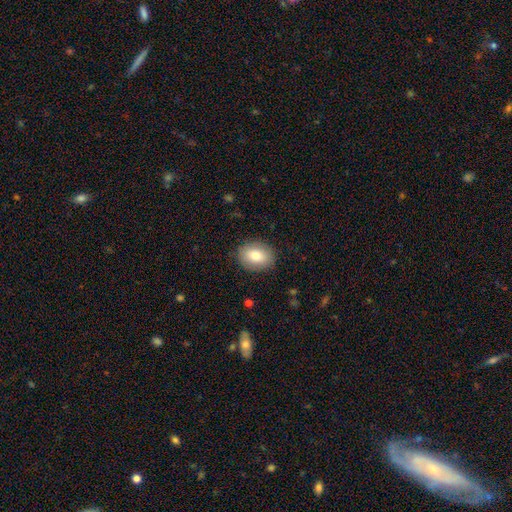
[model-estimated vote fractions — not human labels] Q: Smooth or featured?
A: smooth (79%); runner-up: featured or disk (14%)
Q: How rounded?
A: in between (67%); runner-up: round (32%)
Q: Merging?
A: none (87%); runner-up: minor disturbance (9%)